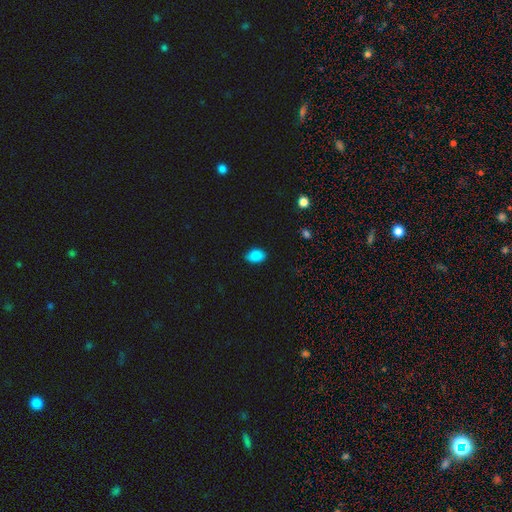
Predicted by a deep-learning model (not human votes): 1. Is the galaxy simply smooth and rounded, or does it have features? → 87% smooth, 9% star or artifact, 4% featured or disk.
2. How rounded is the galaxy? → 83% in between, 16% round, 1% cigar-shaped.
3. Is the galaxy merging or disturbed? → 84% none, 13% minor disturbance, 2% major disturbance, 1% merger.